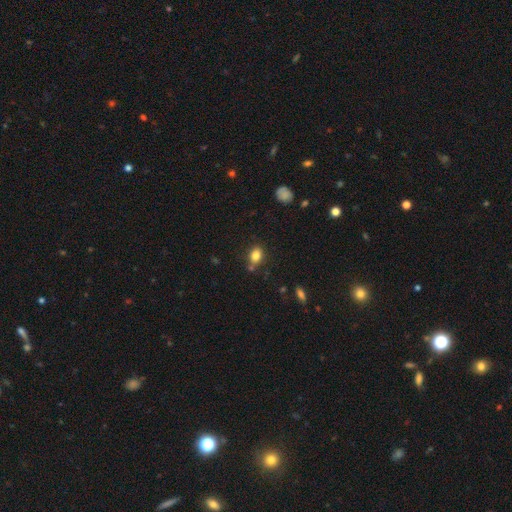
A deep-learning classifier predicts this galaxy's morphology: Overall: smooth (82%). How rounded: in between (71%). Merging: none (70%).